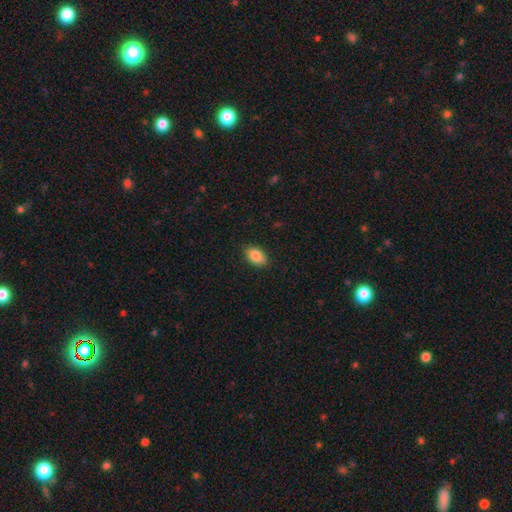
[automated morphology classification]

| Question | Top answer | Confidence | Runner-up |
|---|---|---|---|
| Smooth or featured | smooth | 86% | star or artifact (8%) |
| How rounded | in between | 88% | round (11%) |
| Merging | none | 88% | minor disturbance (9%) |